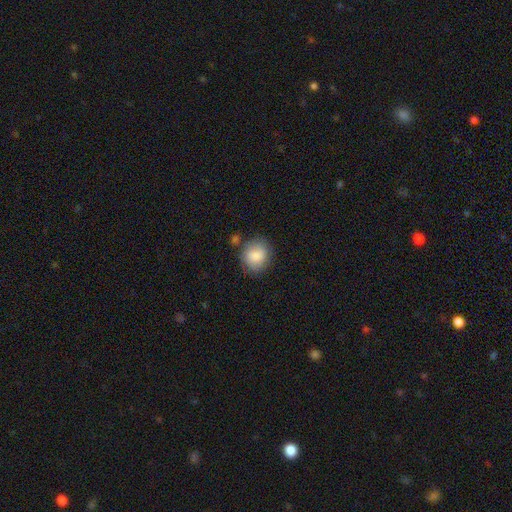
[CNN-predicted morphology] This appears to be a smooth galaxy with no disk features (85%) that is round (72%). Merging: none (74%).